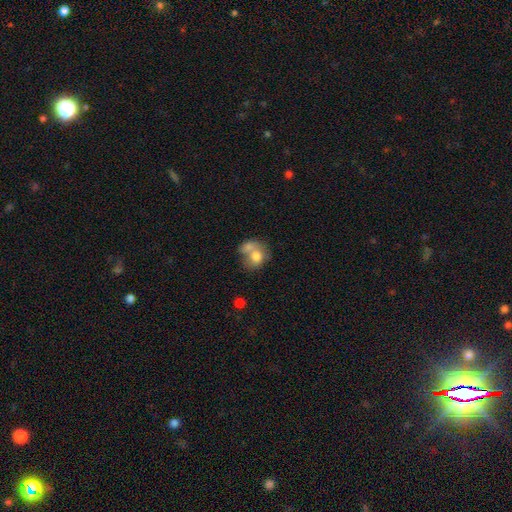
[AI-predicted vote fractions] smooth-or-featured: smooth: 72% | featured or disk: 20% | star or artifact: 8%
  how-rounded: round: 61% | in between: 38% | cigar-shaped: 1%
  merging: merger: 61% | none: 22% | minor disturbance: 10% | major disturbance: 6%